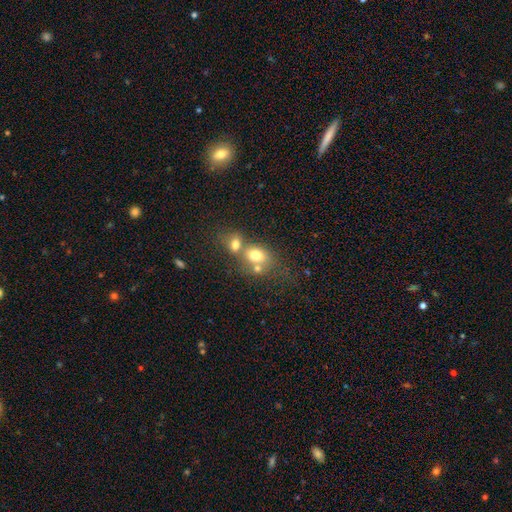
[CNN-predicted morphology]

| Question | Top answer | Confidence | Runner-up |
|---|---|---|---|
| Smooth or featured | smooth | 72% | featured or disk (16%) |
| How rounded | in between | 50% | round (48%) |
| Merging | merger | 56% | none (30%) |